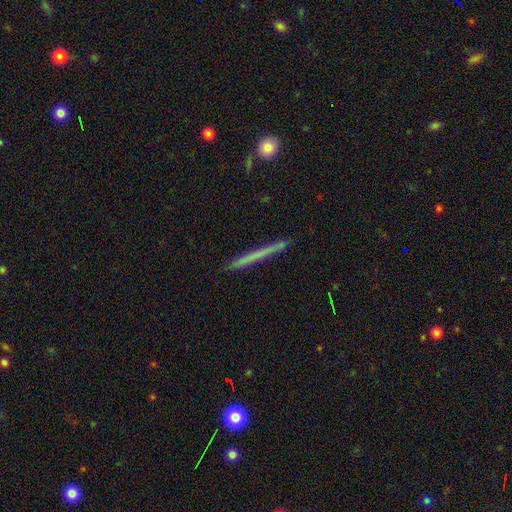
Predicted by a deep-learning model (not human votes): smooth_or_featured: smooth (p=0.54) [alt: featured or disk p=0.40]
how_rounded: cigar-shaped (p=0.97) [alt: in between p=0.02]
merging: none (p=0.89) [alt: minor disturbance p=0.08]